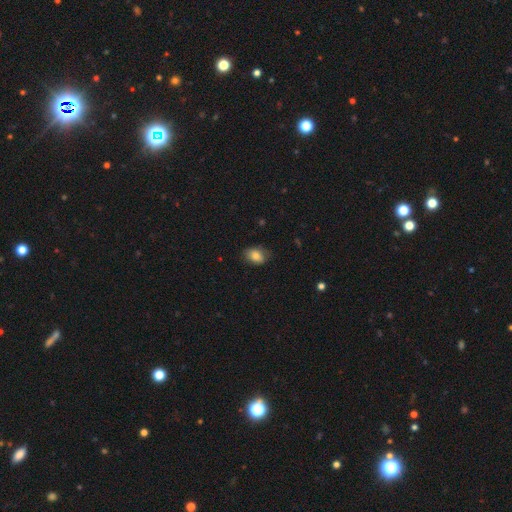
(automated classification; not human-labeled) Overall: smooth (79%). How rounded: in between (77%). Merging: none (71%).